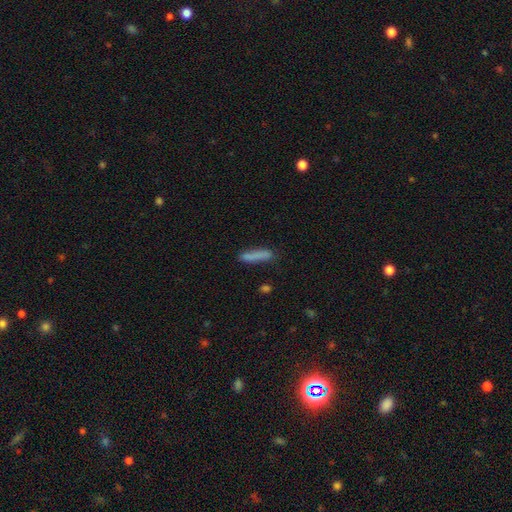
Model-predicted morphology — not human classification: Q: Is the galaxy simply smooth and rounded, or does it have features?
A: smooth — 82%.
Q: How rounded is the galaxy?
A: cigar-shaped — 87%.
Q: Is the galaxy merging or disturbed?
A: none — 79%.